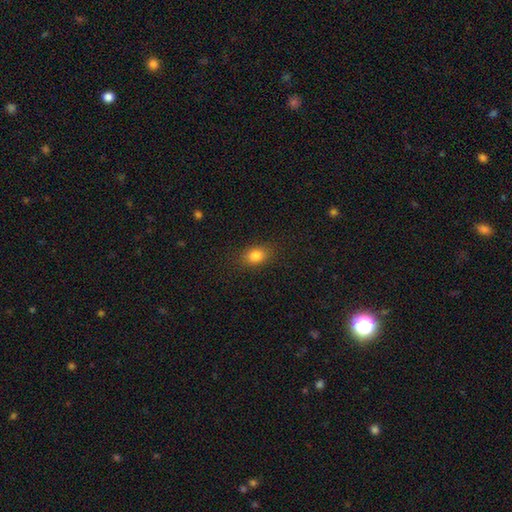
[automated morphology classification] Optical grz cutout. It shows a smooth galaxy with no disk features (83%) that is in between round and cigar-shaped (73%). Merging: none (86%).